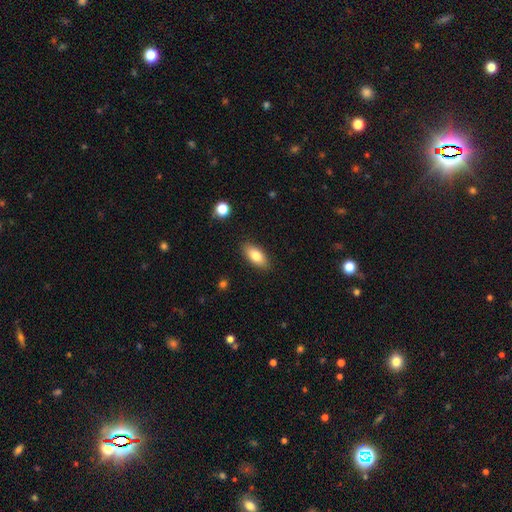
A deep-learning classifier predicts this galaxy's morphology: Overall: smooth (80%). How rounded: in between (87%). Merging: none (88%).